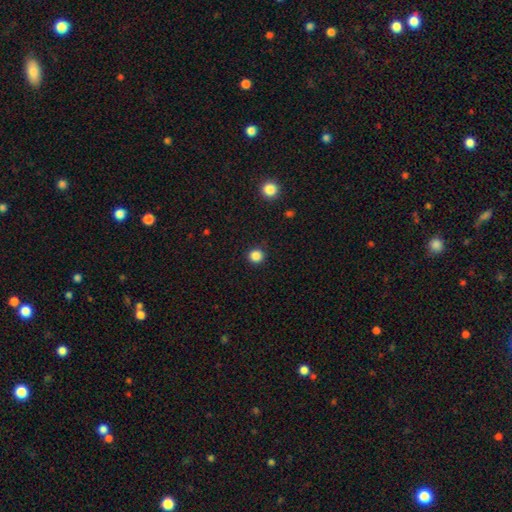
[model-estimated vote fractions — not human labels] A smooth galaxy with no disk features (86%) that is round (93%). Merging: none (90%).